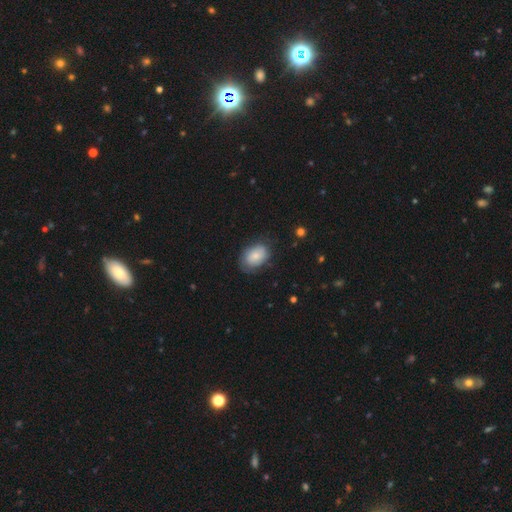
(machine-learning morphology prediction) Smooth or featured? smooth (75%)
How rounded? in between (81%)
Merging? none (68%)